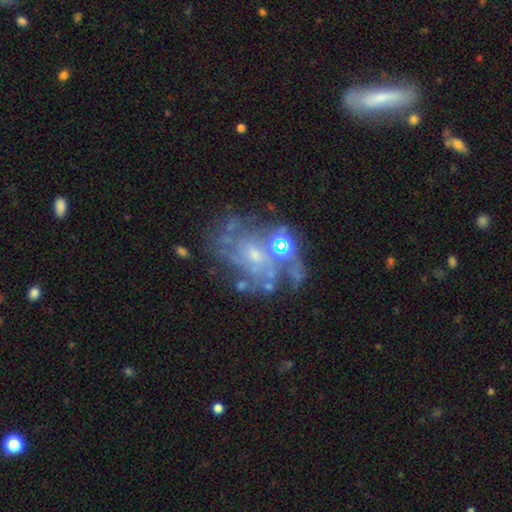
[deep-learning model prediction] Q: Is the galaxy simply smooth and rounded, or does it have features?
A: featured or disk — 76%.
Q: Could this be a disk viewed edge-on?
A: no — 98%.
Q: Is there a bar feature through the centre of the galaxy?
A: no — 76%.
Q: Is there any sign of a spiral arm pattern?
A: yes — 64%.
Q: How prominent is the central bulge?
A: small — 57%.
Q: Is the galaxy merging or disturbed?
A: none — 48%.